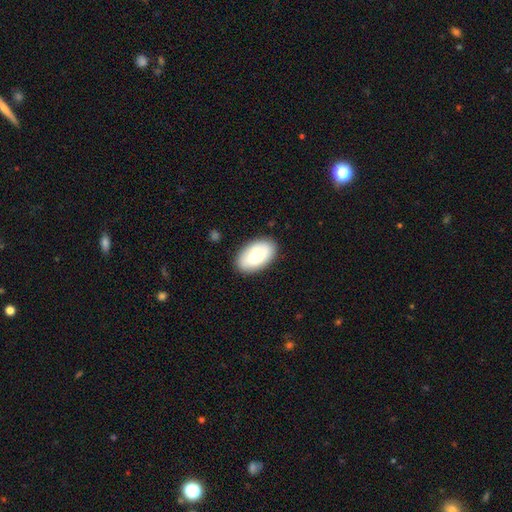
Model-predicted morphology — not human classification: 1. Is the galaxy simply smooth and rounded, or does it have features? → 73% smooth, 21% featured or disk, 6% star or artifact.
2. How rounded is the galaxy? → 94% in between, 5% round, 1% cigar-shaped.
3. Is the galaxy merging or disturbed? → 86% none, 10% minor disturbance, 3% major disturbance, 1% merger.